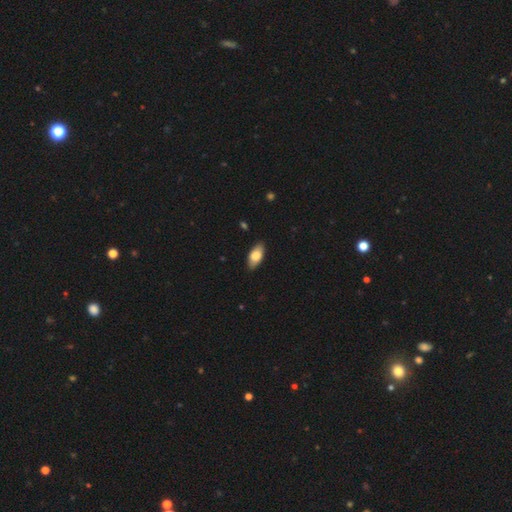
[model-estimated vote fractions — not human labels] Overall: smooth (77%). How rounded: in between (90%). Merging: none (87%).